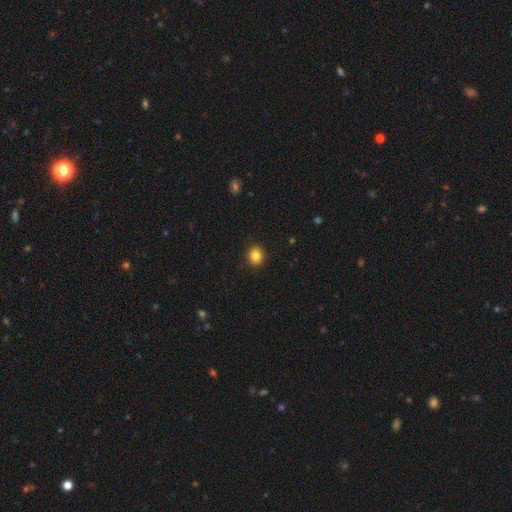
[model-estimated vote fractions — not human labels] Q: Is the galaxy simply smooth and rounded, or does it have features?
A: smooth — 84%.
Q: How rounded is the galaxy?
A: round — 82%.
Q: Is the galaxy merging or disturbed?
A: none — 92%.